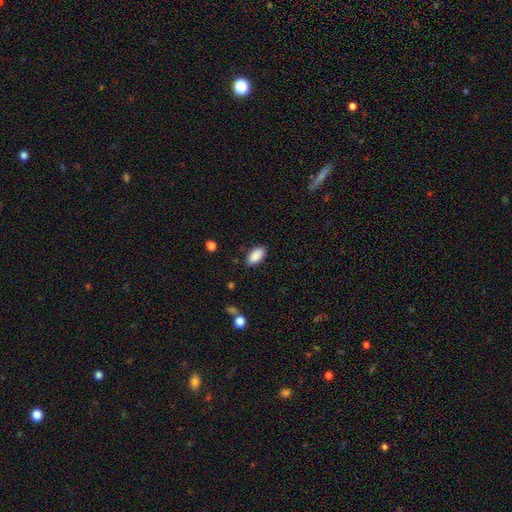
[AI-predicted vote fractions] Q: Smooth or featured?
A: smooth (89%); runner-up: star or artifact (7%)
Q: How rounded?
A: in between (94%); runner-up: cigar-shaped (3%)
Q: Merging?
A: none (87%); runner-up: minor disturbance (10%)